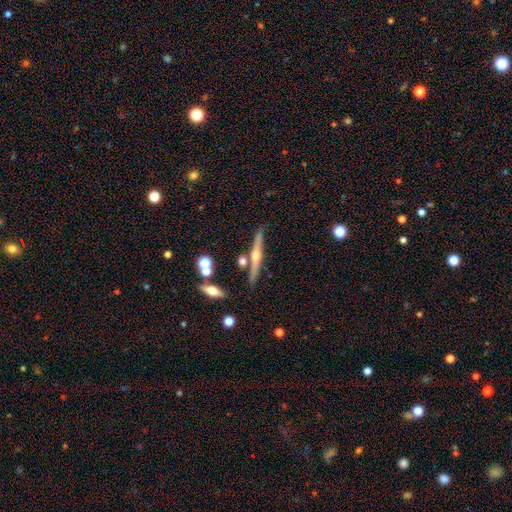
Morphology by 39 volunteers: Q: Smooth or featured?
A: featured or disk (74%); runner-up: smooth (23%)
Q: Edge-on disk?
A: yes (90%); runner-up: no (10%)
Q: Edge-on bulge?
A: rounded (100%)
Q: Merging?
A: none (71%); runner-up: minor disturbance (13%)